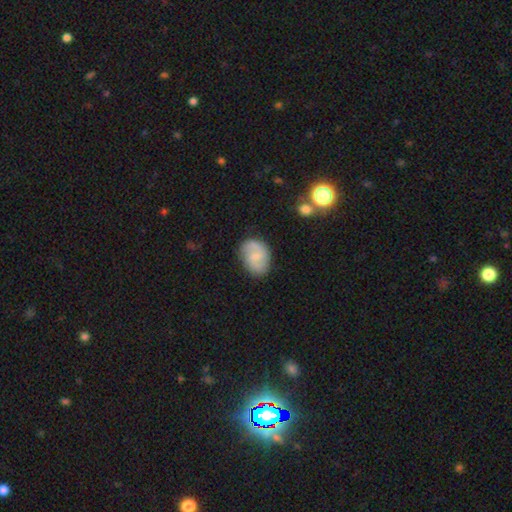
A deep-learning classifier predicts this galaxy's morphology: Q: Smooth or featured?
A: featured or disk (51%); runner-up: smooth (42%)
Q: Edge-on disk?
A: no (97%); runner-up: yes (3%)
Q: Merging?
A: none (75%); runner-up: minor disturbance (18%)